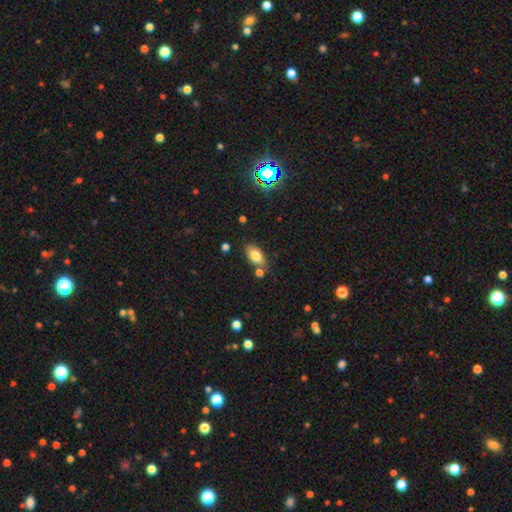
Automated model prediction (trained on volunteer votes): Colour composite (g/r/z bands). It shows a smooth galaxy with no disk features (79%) that is in between round and cigar-shaped (90%). Merging: none (71%).